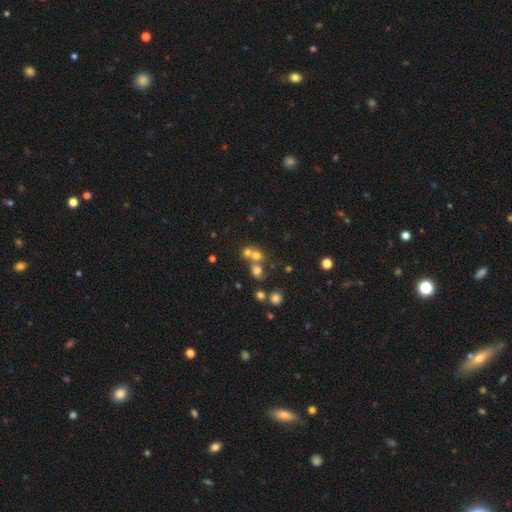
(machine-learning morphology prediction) This is likely a smooth galaxy (63%). How rounded: clearly round (81%). Merging: possibly merger (49%).